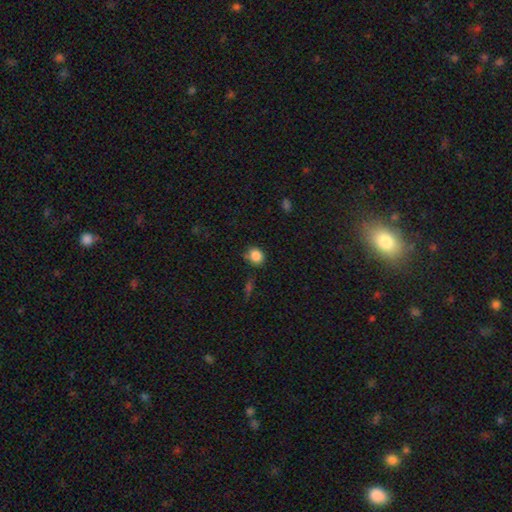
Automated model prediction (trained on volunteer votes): This is clearly a smooth galaxy (85%). How rounded: likely round (69%). Merging: likely none (70%).